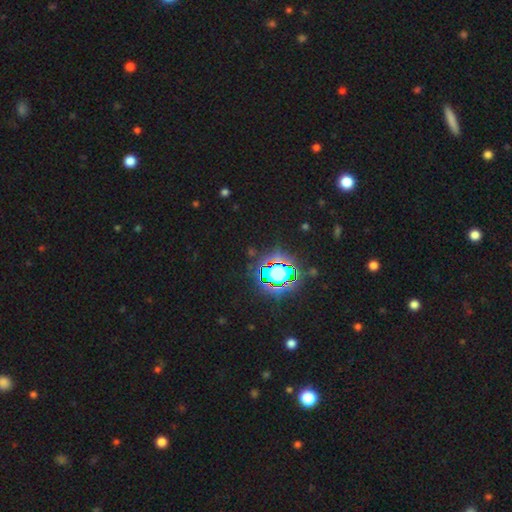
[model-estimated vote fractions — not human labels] Overall: star or artifact (80%).